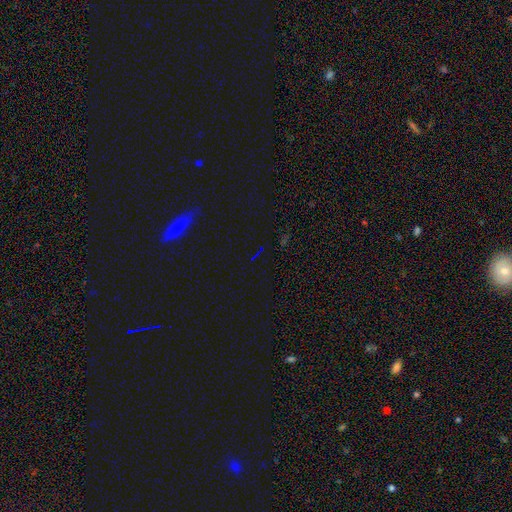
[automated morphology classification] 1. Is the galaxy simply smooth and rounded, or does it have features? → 77% star or artifact, 14% smooth, 9% featured or disk.